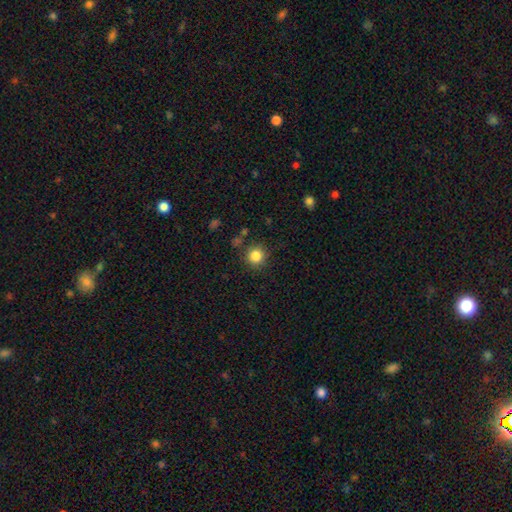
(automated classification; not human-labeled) This appears to be a smooth galaxy with no disk features (83%) that is round (93%). Merging: none (85%).